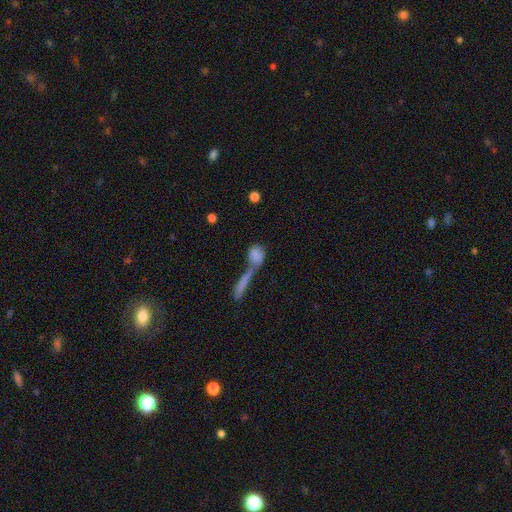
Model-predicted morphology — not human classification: Overall: smooth (72%). How rounded: in between (43%; round 39%). Merging: merger (54%; none 26%).